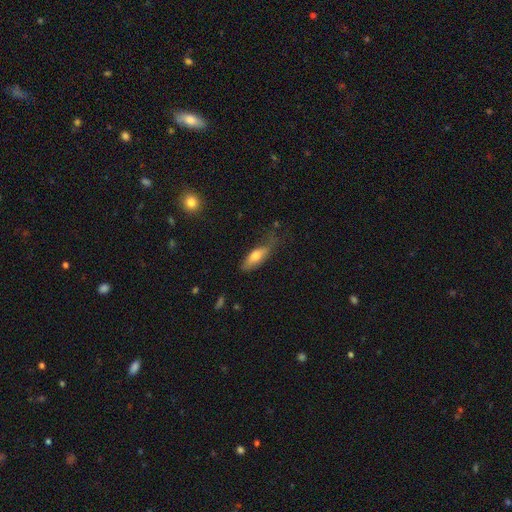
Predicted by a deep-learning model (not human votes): A smooth galaxy with no disk features (72%) that is in between round and cigar-shaped (64%). Merging: none (50%).